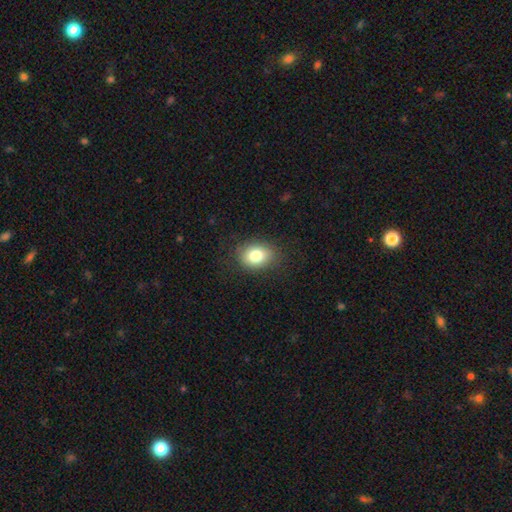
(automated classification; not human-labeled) The model was most divided on "how rounded": in between: 63%, round: 36%, cigar-shaped: 1%. More confident: merging — none (83%); smooth or featured — smooth (81%).